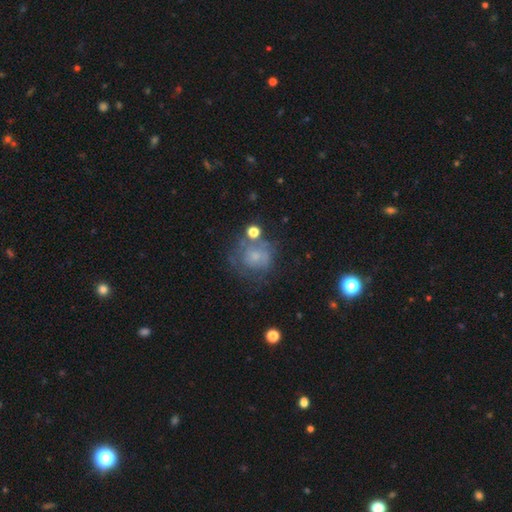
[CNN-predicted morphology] The model was most divided on "smooth or featured": featured or disk: 44%, smooth: 42%, star or artifact: 14%. Remaining: merging — none (48%).